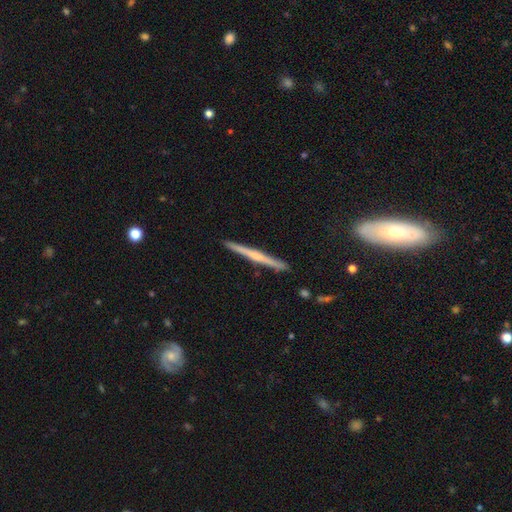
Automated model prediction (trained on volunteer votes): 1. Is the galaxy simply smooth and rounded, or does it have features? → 65% featured or disk, 29% smooth, 6% star or artifact.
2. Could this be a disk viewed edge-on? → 98% yes, 2% no.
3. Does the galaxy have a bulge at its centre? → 47% rounded, 42% none, 11% boxy.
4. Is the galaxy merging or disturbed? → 92% none, 6% minor disturbance, 1% merger, 1% major disturbance.